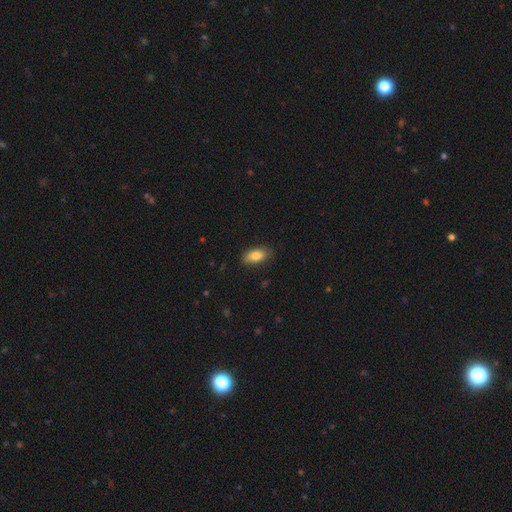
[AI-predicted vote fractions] Smooth or featured? smooth (84%)
How rounded? in between (88%)
Merging? none (84%)